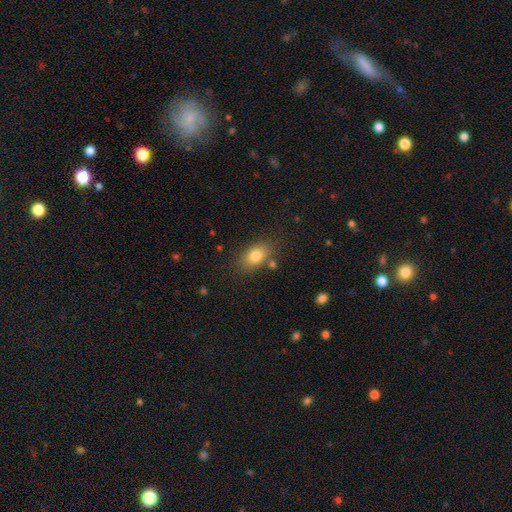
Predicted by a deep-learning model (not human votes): The model was most divided on "merging": none: 75%, minor disturbance: 14%, merger: 6%, major disturbance: 4%. More confident: how rounded — in between (84%); smooth or featured — smooth (81%).